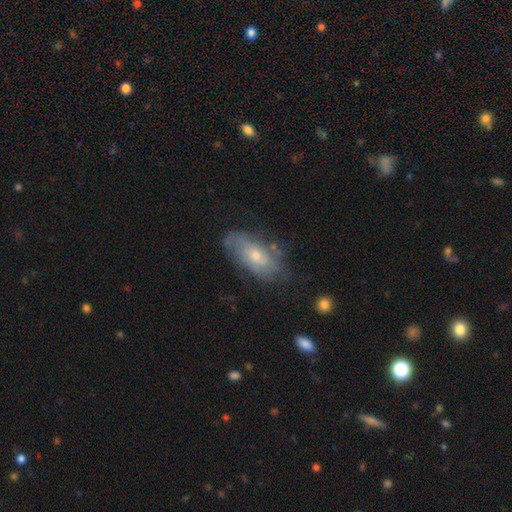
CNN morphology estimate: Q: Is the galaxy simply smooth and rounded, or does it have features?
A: featured or disk — 60%.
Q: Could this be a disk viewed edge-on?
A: no — 90%.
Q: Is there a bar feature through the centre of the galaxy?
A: no — 74%.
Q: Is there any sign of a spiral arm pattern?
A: yes — 75%.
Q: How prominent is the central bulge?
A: moderate — 50%.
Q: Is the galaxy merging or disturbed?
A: none — 64%.